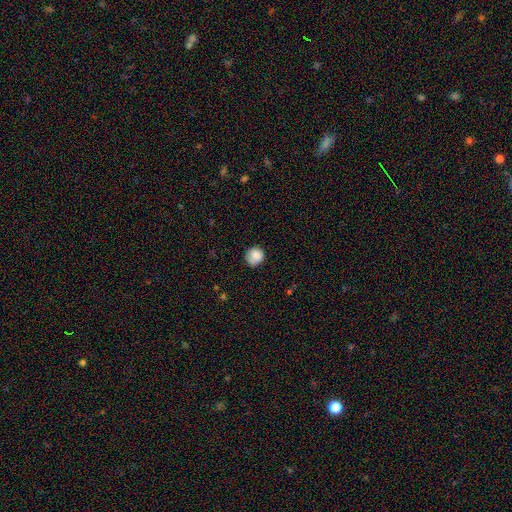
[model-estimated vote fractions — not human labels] Smooth or featured: smooth — 84% (star or artifact — 9%)
How rounded: round — 88% (in between — 11%)
Merging: none — 72% (minor disturbance — 22%)